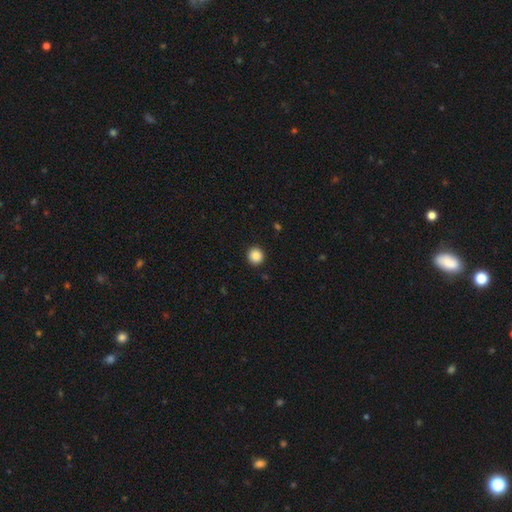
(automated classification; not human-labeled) smooth 88%, star or artifact 9%, featured or disk 3%. Down the decision tree: how rounded — round (94%); merging — none (92%).